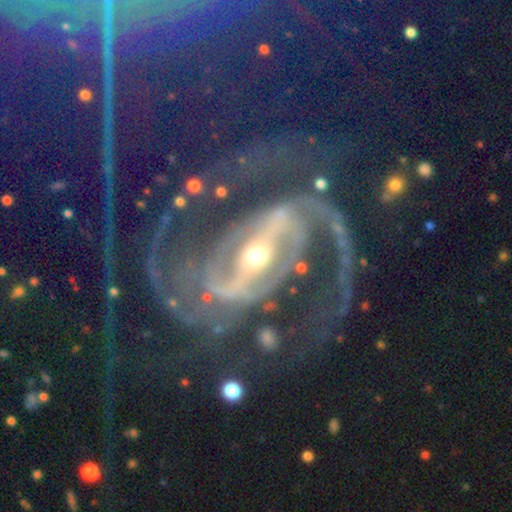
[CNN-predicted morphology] smooth-or-featured: featured or disk: 80% | star or artifact: 14% | smooth: 5%
  disk-edge-on: no: 94% | yes: 6%
    bar: strong: 61% | weak: 25% | no: 13%
    has-spiral-arms: yes: 96% | no: 4%
      spiral-winding: medium: 49% | tight: 31% | loose: 20%
      spiral-arm-count: 2: 74% | can't tell: 7% | 3: 6% | 4: 4% | 1: 4% | more than 4: 4%
    bulge-size: small: 53% | moderate: 41% | large: 3% | none: 2% | dominant: 1%
  merging: none: 63% | major disturbance: 17% | minor disturbance: 16% | merger: 3%